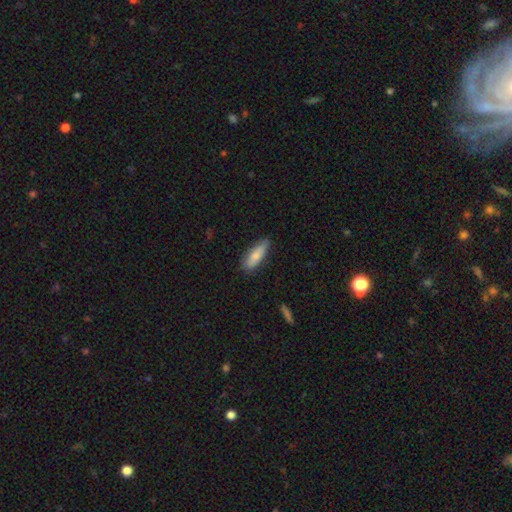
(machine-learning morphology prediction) The model was most divided on "how rounded": in between: 50%, cigar-shaped: 48%, round: 2%. More confident: merging — none (77%); smooth or featured — smooth (76%).